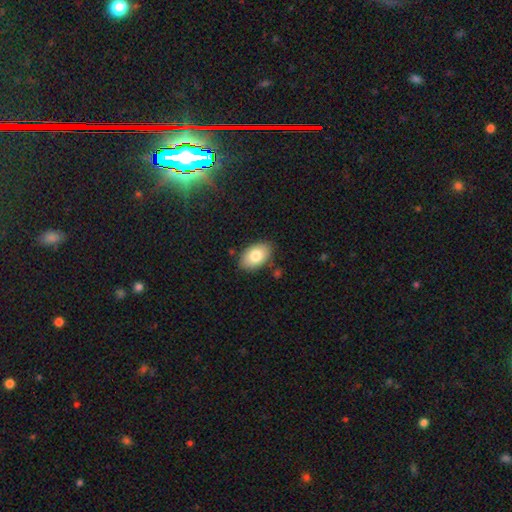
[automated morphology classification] Q: Smooth or featured?
A: smooth (81%); runner-up: featured or disk (12%)
Q: How rounded?
A: in between (91%); runner-up: round (8%)
Q: Merging?
A: none (84%); runner-up: minor disturbance (12%)